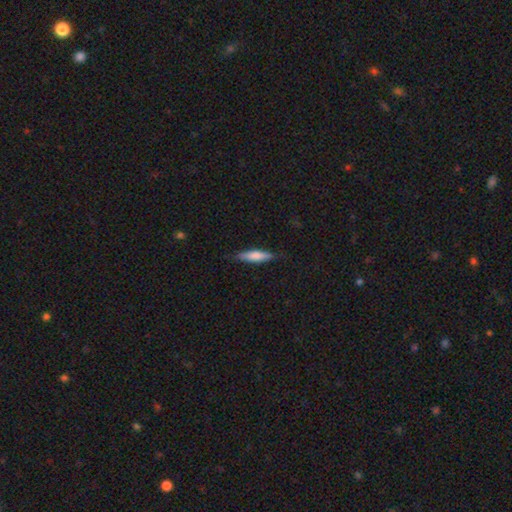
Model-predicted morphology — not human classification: Overall: smooth (72%). How rounded: cigar-shaped (76%). Merging: none (83%).